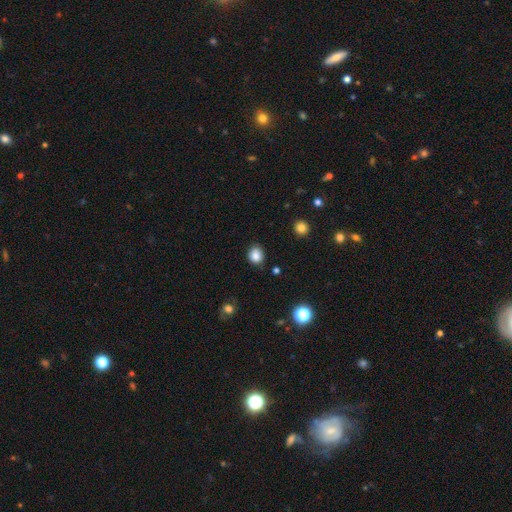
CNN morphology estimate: The model was most divided on "how rounded": round: 65%, in between: 34%, cigar-shaped: 1%. More confident: smooth or featured — smooth (85%); merging — none (82%).